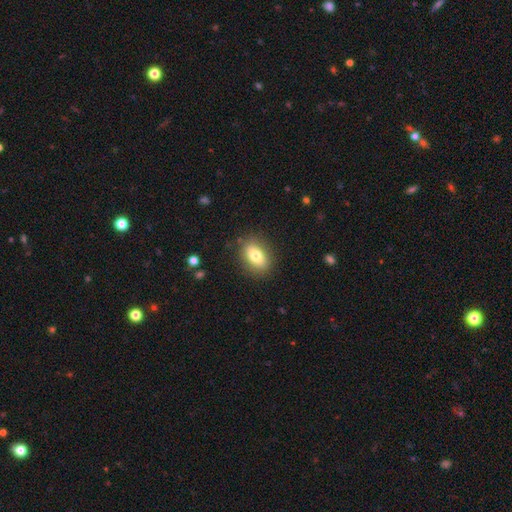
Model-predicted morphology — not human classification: Smooth or featured: smooth — 72% (featured or disk — 20%)
How rounded: in between — 84% (round — 14%)
Merging: none — 84% (minor disturbance — 11%)